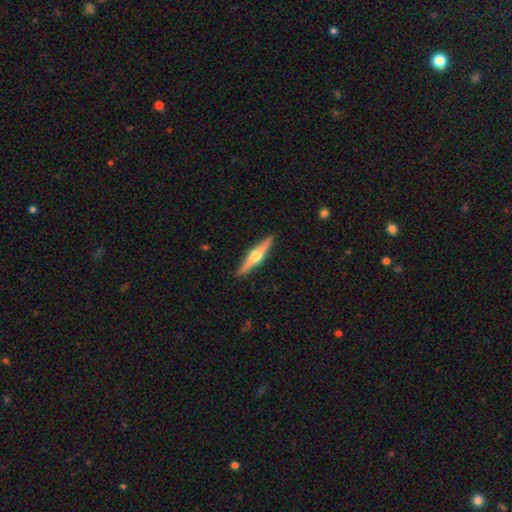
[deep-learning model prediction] This appears to be a featured or disk galaxy (69%) viewed edge-on (97%) with a rounded central bulge (95%). Merging: none (92%).